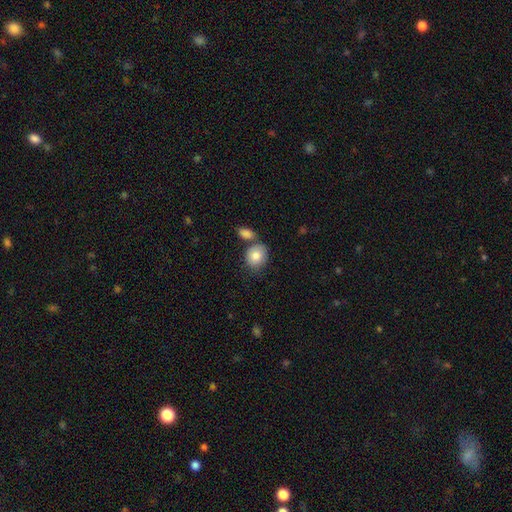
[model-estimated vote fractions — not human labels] This appears to be a smooth galaxy with no disk features (84%) that is round (60%). Merging: none (53%).